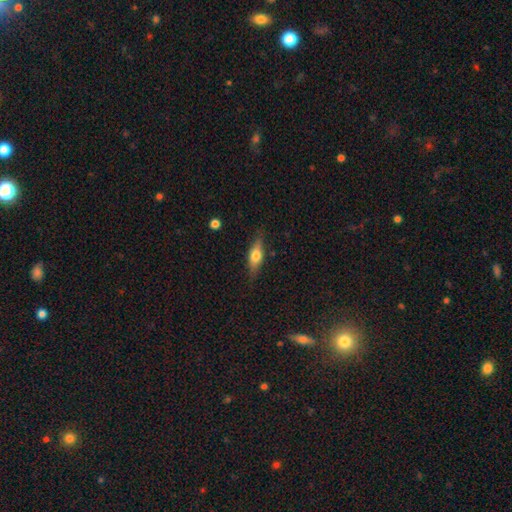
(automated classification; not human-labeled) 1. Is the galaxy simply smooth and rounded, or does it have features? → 50% smooth, 43% featured or disk, 7% star or artifact.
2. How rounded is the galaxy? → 56% in between, 40% cigar-shaped, 5% round.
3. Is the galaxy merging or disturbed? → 81% none, 15% minor disturbance, 3% major disturbance, 1% merger.